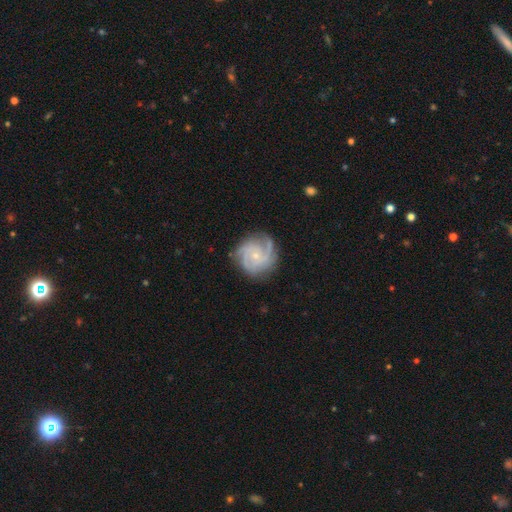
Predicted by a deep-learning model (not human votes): Q: Smooth or featured?
A: featured or disk (85%); runner-up: smooth (9%)
Q: Edge-on disk?
A: no (98%); runner-up: yes (2%)
Q: Bar?
A: no (74%); runner-up: weak (22%)
Q: Spiral arms?
A: yes (97%); runner-up: no (3%)
Q: Spiral winding?
A: tight (51%); runner-up: medium (41%)
Q: Spiral arm count?
A: 3 (46%); runner-up: 2 (18%)
Q: Bulge size?
A: small (78%); runner-up: moderate (18%)
Q: Merging?
A: none (77%); runner-up: minor disturbance (16%)